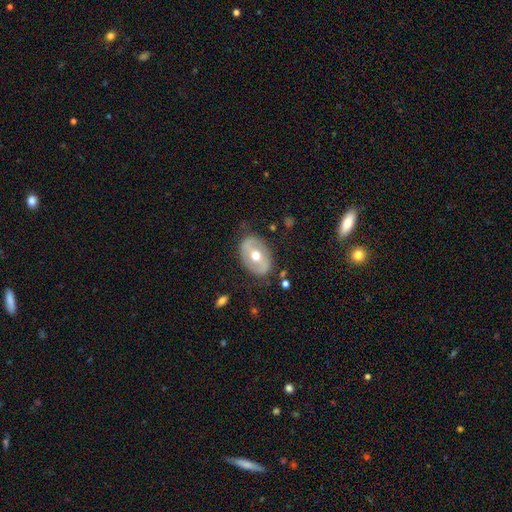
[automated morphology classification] A featured or disk galaxy (60%) with no bar (35%), no spiral arms (61%) and a moderate central bulge (78%).

Vote fractions:
- Smooth or featured? featured or disk: 60% / smooth: 34% / star or artifact: 6%
- Edge-on disk? no: 92% / yes: 8%
- Bar? no: 35% / weak: 33% / strong: 32%
- Spiral arms? no: 61% / yes: 39%
- Bulge size? moderate: 78% / small: 11% / large: 9% / dominant: 1% / none: 1%
- Merging? none: 78% / minor disturbance: 15% / major disturbance: 6% / merger: 1%